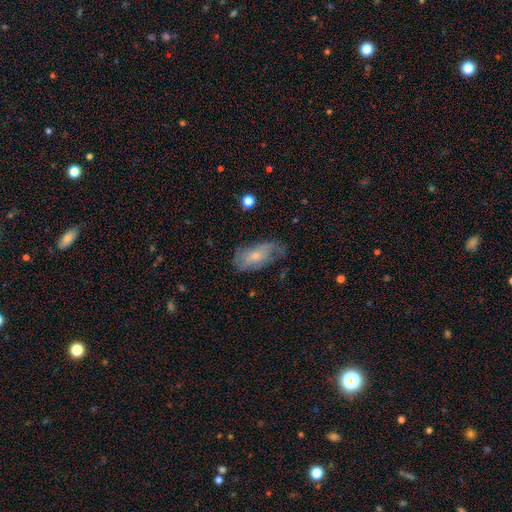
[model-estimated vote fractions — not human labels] Smooth or featured: featured or disk — 50% (smooth — 43%)
Edge-on disk: no — 92% (yes — 8%)
Merging: none — 48% (minor disturbance — 31%)